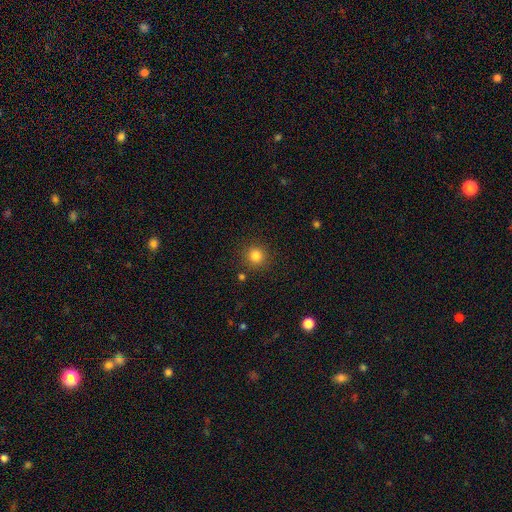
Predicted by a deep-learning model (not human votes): A smooth galaxy with no disk features (83%) that is round (93%). Merging: none (88%).